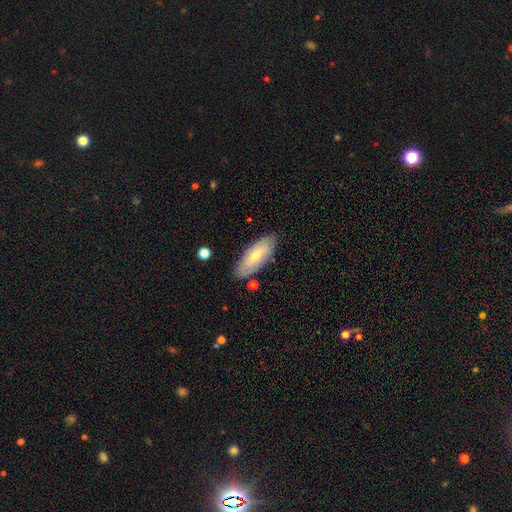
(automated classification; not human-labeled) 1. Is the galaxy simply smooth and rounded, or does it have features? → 69% smooth, 25% featured or disk, 6% star or artifact.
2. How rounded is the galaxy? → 78% in between, 20% cigar-shaped, 2% round.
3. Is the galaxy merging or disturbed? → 81% none, 14% minor disturbance, 3% major disturbance, 2% merger.